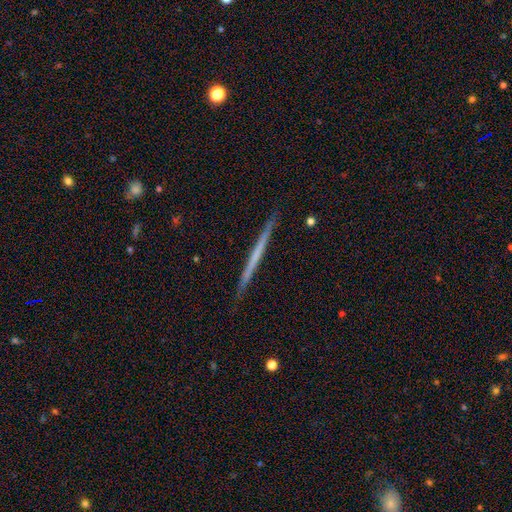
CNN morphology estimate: type=featured or disk (55%); edge-on=yes (98%); edge-on bulge=none (93%); merging=none (91%).